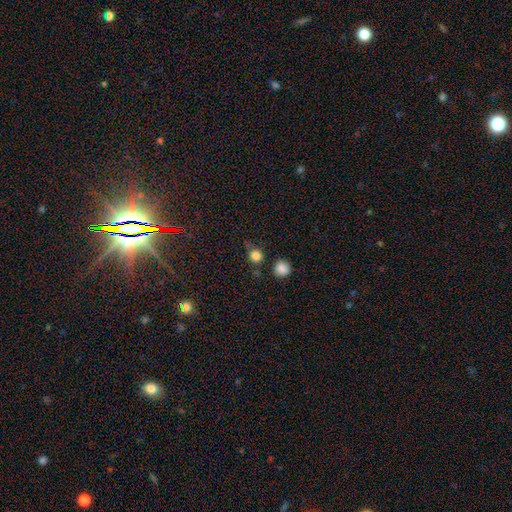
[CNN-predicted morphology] Smooth or featured?
  - smooth: 82% *
  - star or artifact: 14%
  - featured or disk: 5%
How rounded?
  - round: 87% *
  - in between: 12%
  - cigar-shaped: 1%
Merging?
  - none: 71% *
  - minor disturbance: 16%
  - merger: 8%
  - major disturbance: 5%